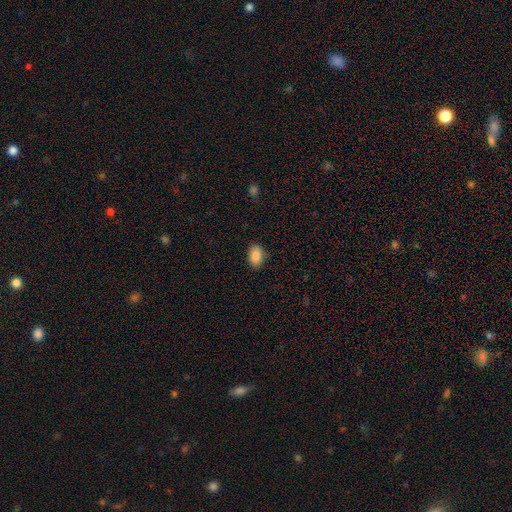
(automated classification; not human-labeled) The model was most divided on "merging": none: 87%, minor disturbance: 9%, major disturbance: 2%, merger: 1%. More confident: smooth or featured — smooth (89%); how rounded — in between (89%).